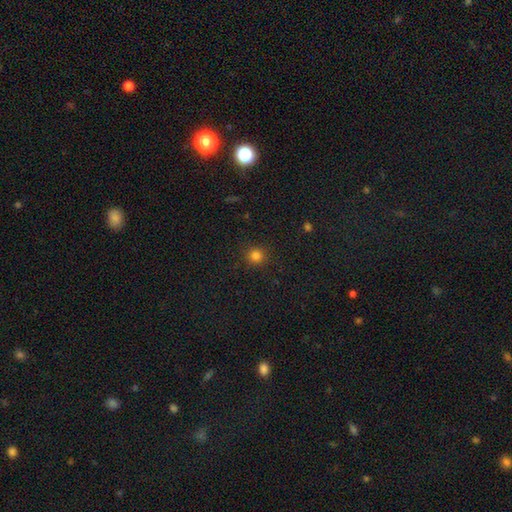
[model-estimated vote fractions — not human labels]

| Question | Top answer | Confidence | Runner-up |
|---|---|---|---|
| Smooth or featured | smooth | 81% | star or artifact (15%) |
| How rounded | round | 93% | in between (6%) |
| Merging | none | 90% | minor disturbance (6%) |